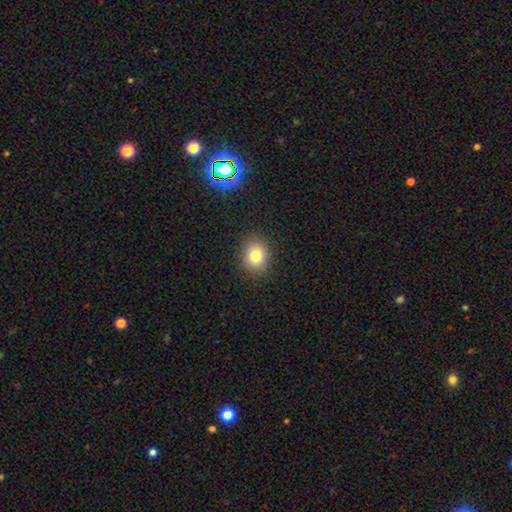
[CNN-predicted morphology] A smooth galaxy with no disk features (79%) that is round (61%).

Vote fractions:
- Smooth or featured? smooth: 79% / star or artifact: 13% / featured or disk: 9%
- How rounded? round: 61% / in between: 38% / cigar-shaped: 1%
- Merging? none: 88% / minor disturbance: 8% / major disturbance: 3% / merger: 1%